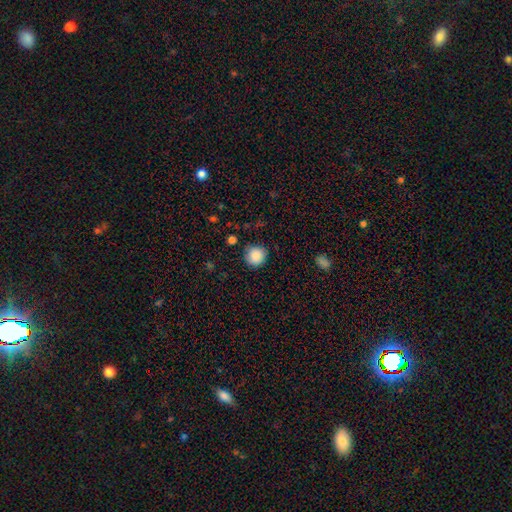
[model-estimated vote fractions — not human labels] Overall: smooth (88%). How rounded: round (94%). Merging: none (84%).